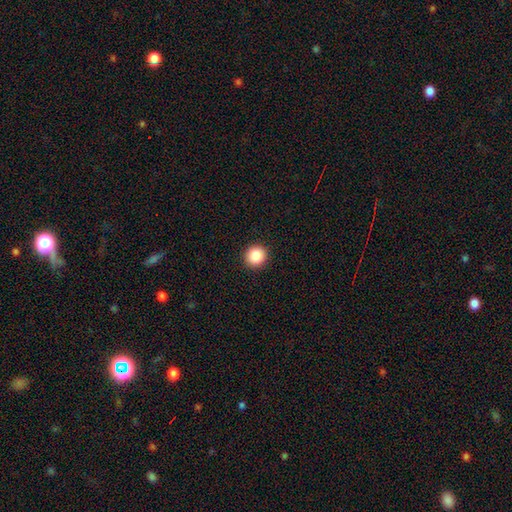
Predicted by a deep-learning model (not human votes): Smooth or featured: smooth — 87% (star or artifact — 9%)
How rounded: round — 92% (in between — 7%)
Merging: none — 93% (minor disturbance — 5%)